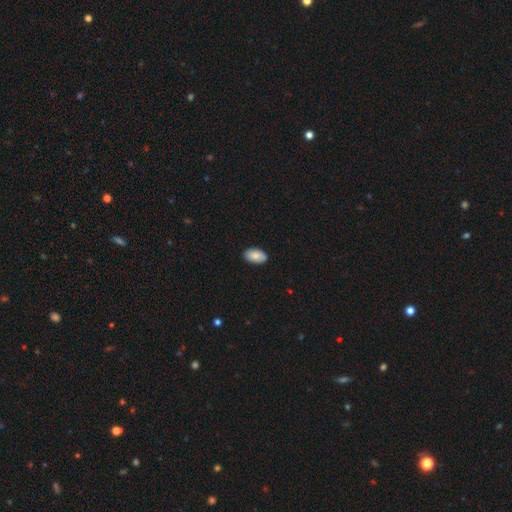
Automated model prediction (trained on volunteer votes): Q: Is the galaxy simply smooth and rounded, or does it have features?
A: smooth — 84%.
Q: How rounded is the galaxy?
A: in between — 94%.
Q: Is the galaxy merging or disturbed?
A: none — 88%.